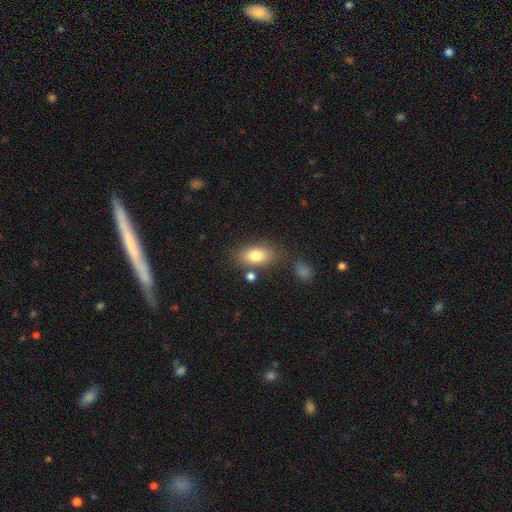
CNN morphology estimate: The model was most divided on "merging": none: 74%, minor disturbance: 14%, merger: 8%, major disturbance: 4%. More confident: how rounded — in between (88%); smooth or featured — smooth (81%).